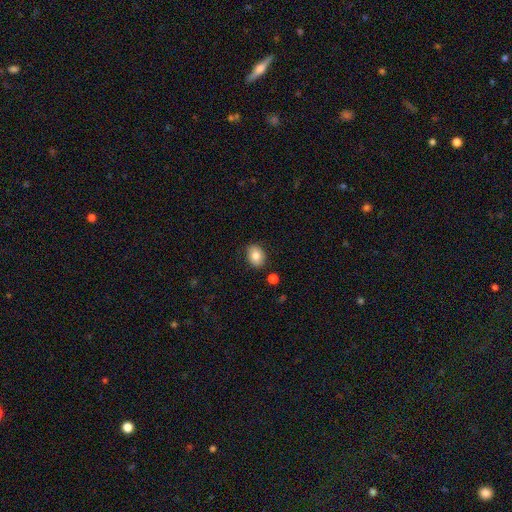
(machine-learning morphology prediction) smooth-or-featured: smooth: 81% | featured or disk: 11% | star or artifact: 8%
  how-rounded: in between: 61% | round: 38% | cigar-shaped: 1%
  merging: none: 85% | minor disturbance: 10% | merger: 2% | major disturbance: 2%